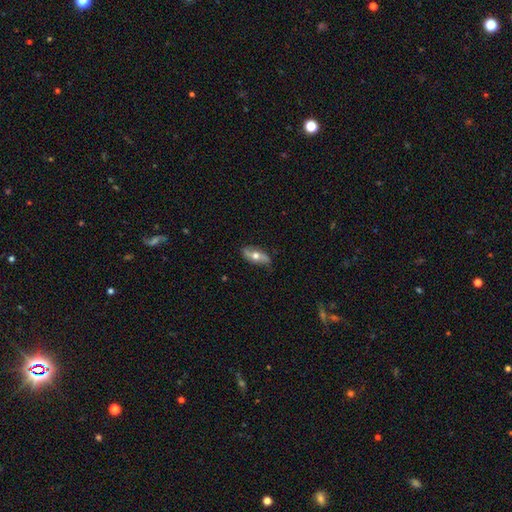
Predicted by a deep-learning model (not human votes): Smooth or featured: featured or disk — 53% (smooth — 41%)
Edge-on disk: no — 62% (yes — 38%)
Merging: none — 80% (minor disturbance — 16%)